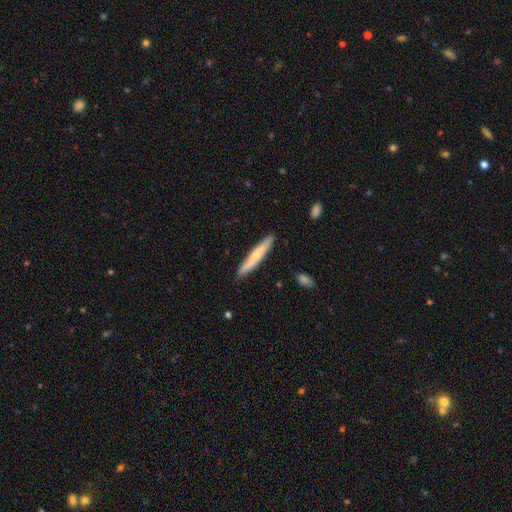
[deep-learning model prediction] smooth_or_featured: smooth (p=0.63) [alt: featured or disk p=0.32]
how_rounded: cigar-shaped (p=0.95) [alt: in between p=0.04]
merging: none (p=0.89) [alt: minor disturbance p=0.08]